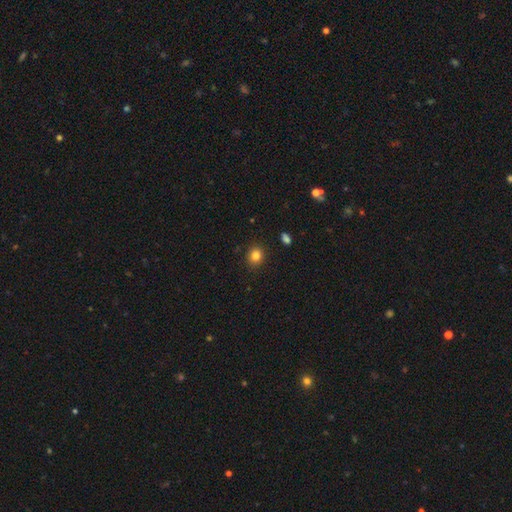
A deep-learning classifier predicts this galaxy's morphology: Smooth or featured: smooth — 83% (star or artifact — 12%)
How rounded: round — 75% (in between — 24%)
Merging: none — 90% (minor disturbance — 7%)